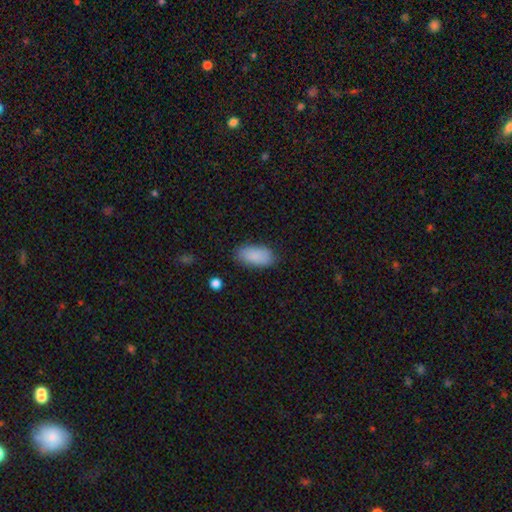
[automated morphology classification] The model was most divided on "merging": none: 81%, minor disturbance: 14%, major disturbance: 3%, merger: 1%. More confident: how rounded — in between (93%); smooth or featured — smooth (88%).